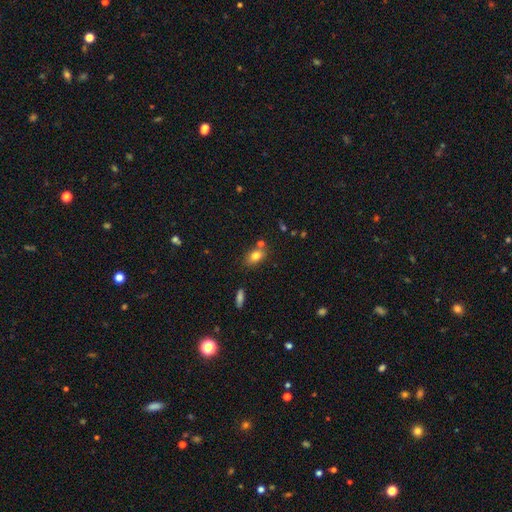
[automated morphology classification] Smooth or featured: smooth — 79% (featured or disk — 11%)
How rounded: in between — 83% (round — 14%)
Merging: none — 69% (minor disturbance — 14%)